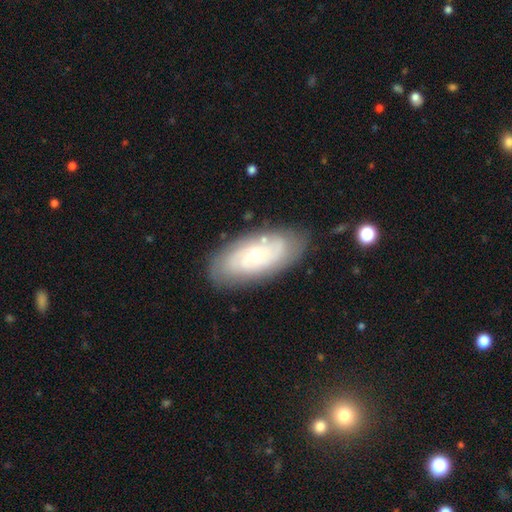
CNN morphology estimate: smooth_or_featured: featured or disk (p=0.68) [alt: smooth p=0.26]
disk_edge_on: no (p=0.92) [alt: yes p=0.08]
bar: no (p=0.71) [alt: weak p=0.25]
has_spiral_arms: yes (p=0.88) [alt: no p=0.12]
spiral_winding: tight (p=0.61) [alt: medium p=0.30]
spiral_arm_count: can't tell (p=0.45) [alt: 2 p=0.28]
bulge_size: small (p=0.59) [alt: moderate p=0.35]
merging: none (p=0.78) [alt: minor disturbance p=0.16]